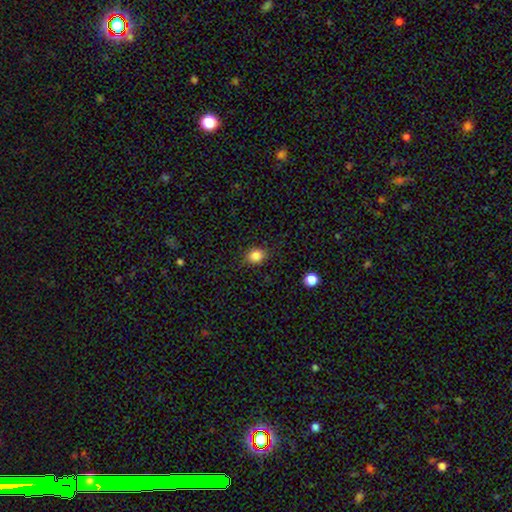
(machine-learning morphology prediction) Q: Smooth or featured?
A: smooth (84%); runner-up: star or artifact (11%)
Q: How rounded?
A: round (63%); runner-up: in between (36%)
Q: Merging?
A: none (84%); runner-up: minor disturbance (12%)